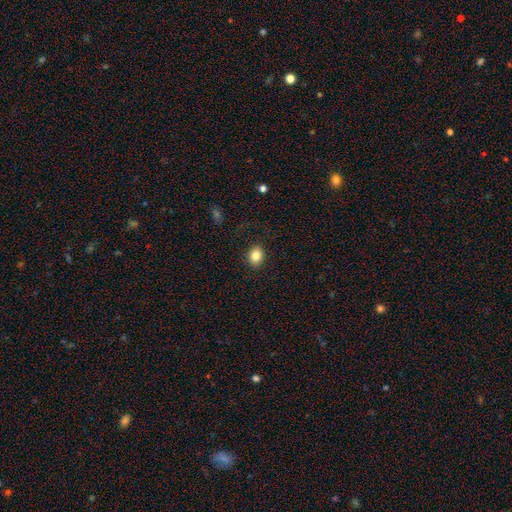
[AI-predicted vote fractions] smooth-or-featured: smooth: 84% | star or artifact: 10% | featured or disk: 6%
  how-rounded: round: 55% | in between: 45% | cigar-shaped: 1%
  merging: none: 88% | minor disturbance: 8% | major disturbance: 3% | merger: 1%